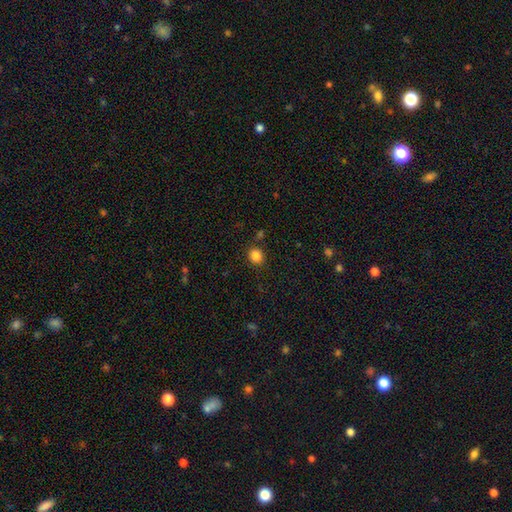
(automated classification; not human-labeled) Smooth or featured? Predicted: smooth (p=0.85). How rounded? Predicted: round (p=0.81). Merging? Predicted: none (p=0.86).